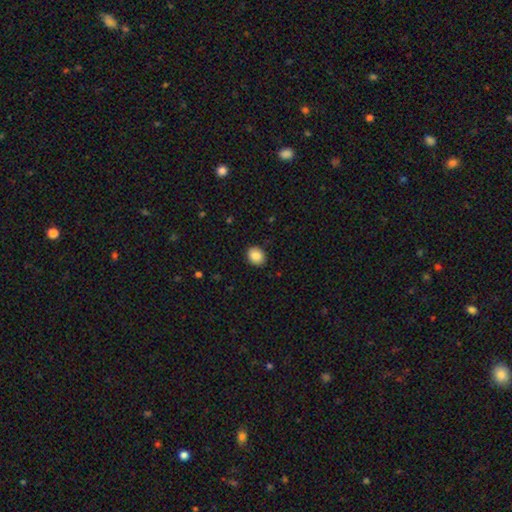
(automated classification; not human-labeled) This is clearly a smooth galaxy (88%). How rounded: possibly round (54%). Merging: clearly none (89%).